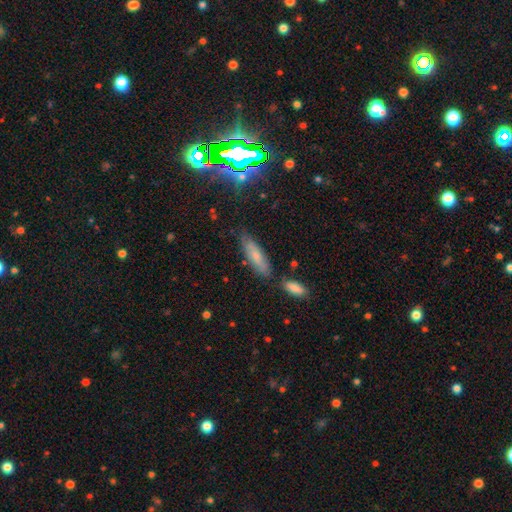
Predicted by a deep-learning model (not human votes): Q: Smooth or featured?
A: smooth (65%); runner-up: featured or disk (22%)
Q: How rounded?
A: cigar-shaped (55%); runner-up: in between (43%)
Q: Merging?
A: none (76%); runner-up: minor disturbance (15%)